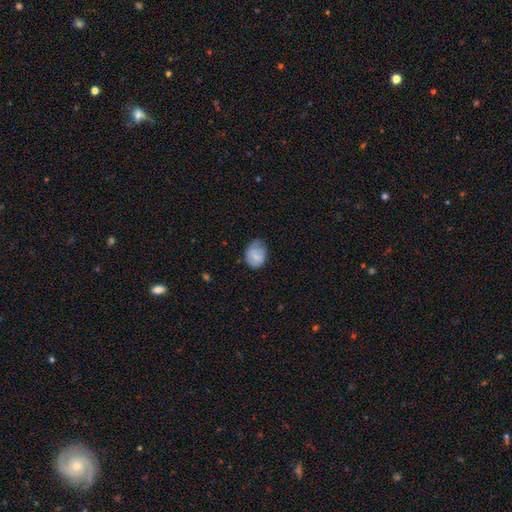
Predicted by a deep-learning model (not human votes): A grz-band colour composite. It shows a smooth galaxy with no disk features (70%) that is in between round and cigar-shaped (57%). Merging: none (50%).